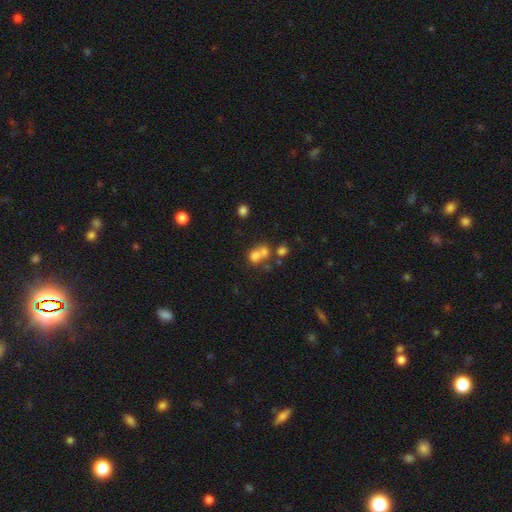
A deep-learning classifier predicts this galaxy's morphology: Smooth or featured: smooth — 68% (featured or disk — 17%)
How rounded: round — 69% (in between — 30%)
Merging: merger — 55% (none — 32%)